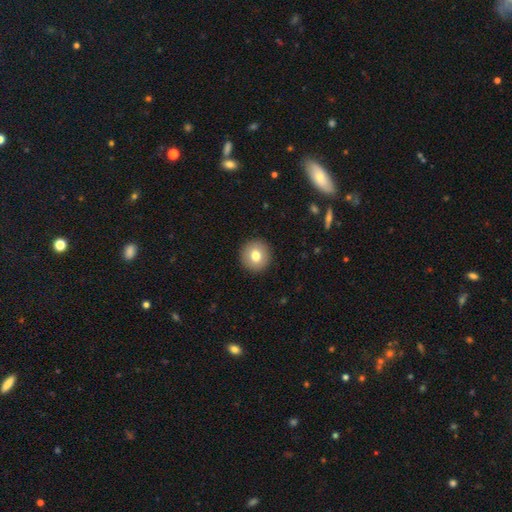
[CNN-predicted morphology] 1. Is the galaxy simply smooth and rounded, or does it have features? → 76% smooth, 15% featured or disk, 9% star or artifact.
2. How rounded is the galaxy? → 94% round, 5% in between, 1% cigar-shaped.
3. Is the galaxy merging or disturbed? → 92% none, 5% minor disturbance, 2% major disturbance, 1% merger.